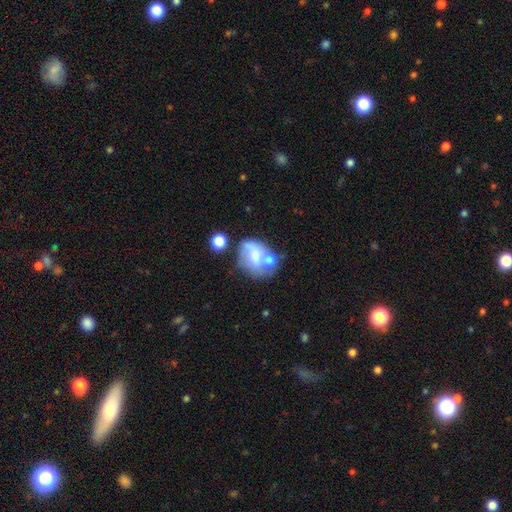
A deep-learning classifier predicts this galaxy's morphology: A featured or disk galaxy (47%). Merging: merger (38%).